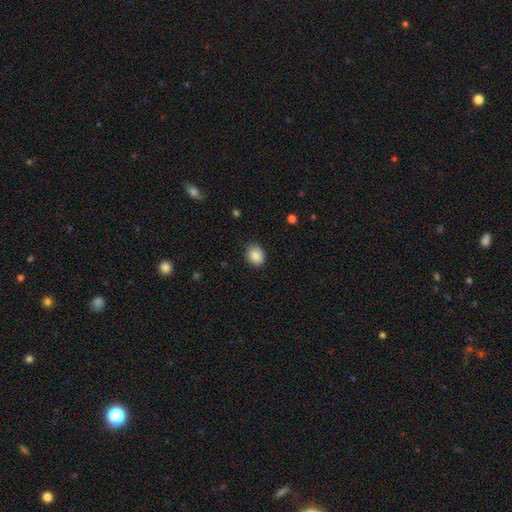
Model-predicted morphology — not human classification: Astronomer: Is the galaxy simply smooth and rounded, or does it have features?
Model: smooth — 87%.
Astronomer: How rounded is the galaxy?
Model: in between — 50%, tied with round at 50%.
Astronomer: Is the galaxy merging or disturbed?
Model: none — 84%.